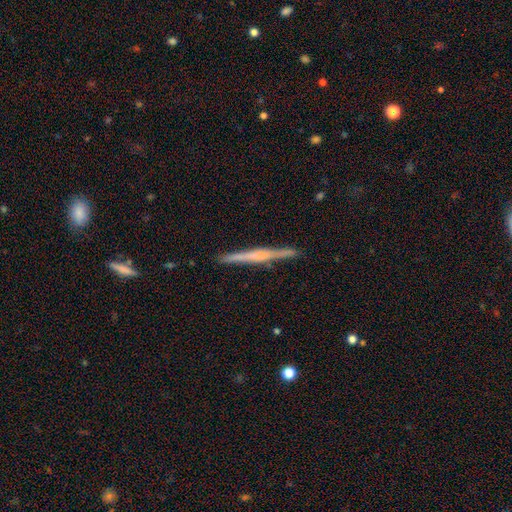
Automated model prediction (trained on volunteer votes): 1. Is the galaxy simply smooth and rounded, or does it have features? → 66% featured or disk, 28% smooth, 6% star or artifact.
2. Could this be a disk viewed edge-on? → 98% yes, 2% no.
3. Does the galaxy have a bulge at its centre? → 41% none, 36% rounded, 22% boxy.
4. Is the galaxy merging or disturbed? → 91% none, 6% minor disturbance, 1% major disturbance, 1% merger.